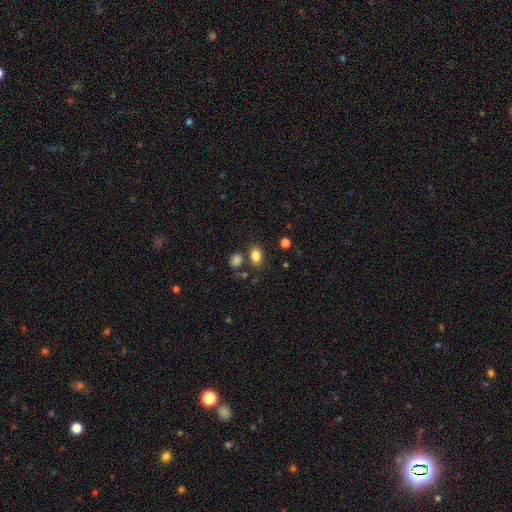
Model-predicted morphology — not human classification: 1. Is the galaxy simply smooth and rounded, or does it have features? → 84% smooth, 10% star or artifact, 6% featured or disk.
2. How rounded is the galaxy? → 76% in between, 22% round, 1% cigar-shaped.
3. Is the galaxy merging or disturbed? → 76% none, 11% minor disturbance, 9% merger, 4% major disturbance.